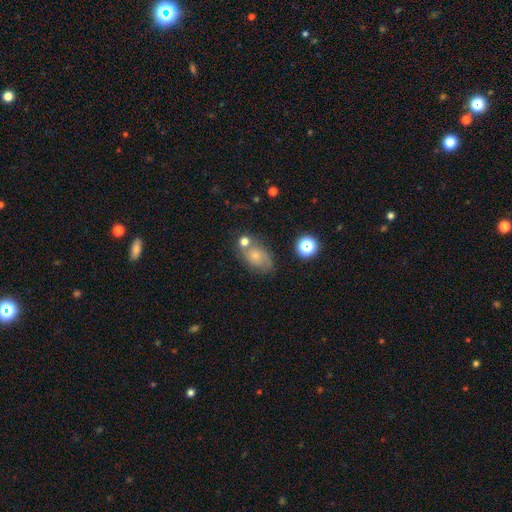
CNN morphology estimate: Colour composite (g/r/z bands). It shows a smooth galaxy with no disk features (60%) that is in between round and cigar-shaped (73%). Merging: none (49%).